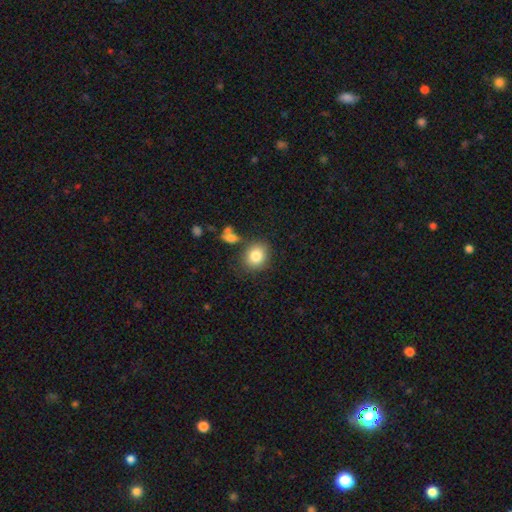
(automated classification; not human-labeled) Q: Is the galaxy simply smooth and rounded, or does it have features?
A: smooth — 83%.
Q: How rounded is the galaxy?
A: round — 72%.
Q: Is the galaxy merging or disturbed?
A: none — 77%.